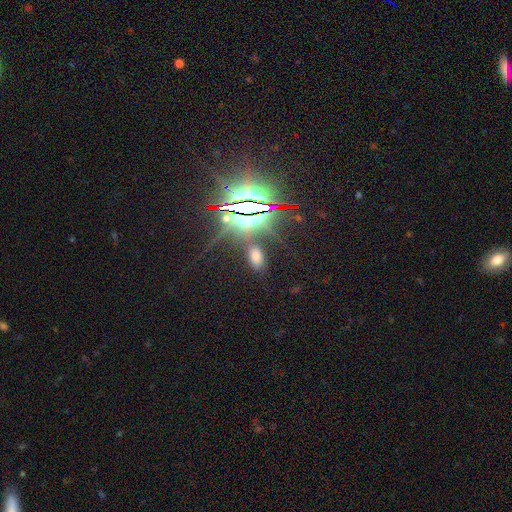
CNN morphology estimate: smooth-or-featured: smooth: 45% (tied) | star or artifact: 45% (tied) | featured or disk: 10%
  merging: none: 79% | minor disturbance: 11% | major disturbance: 5% | merger: 5%